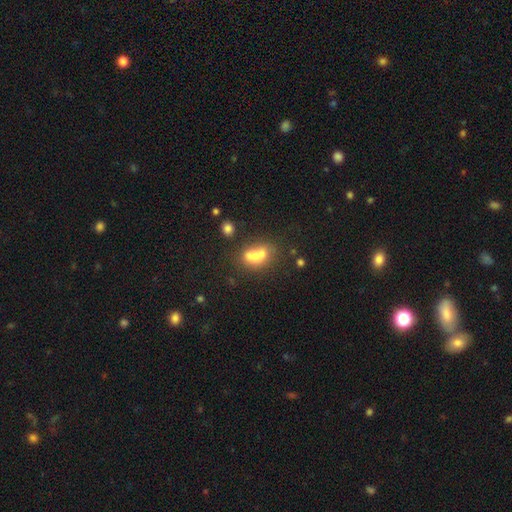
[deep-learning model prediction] Morphology: type=smooth (60%); roundness=in between (60%); merging=merger (59%).